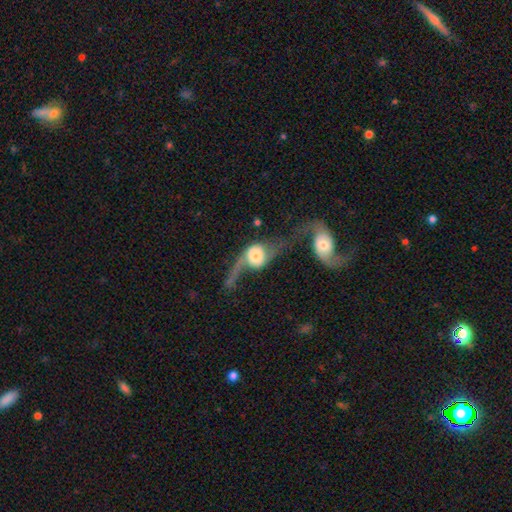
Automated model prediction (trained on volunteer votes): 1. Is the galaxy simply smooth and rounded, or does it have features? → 61% featured or disk, 32% smooth, 7% star or artifact.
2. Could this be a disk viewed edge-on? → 79% no, 21% yes.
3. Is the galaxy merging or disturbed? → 40% merger, 33% major disturbance, 17% none, 11% minor disturbance.